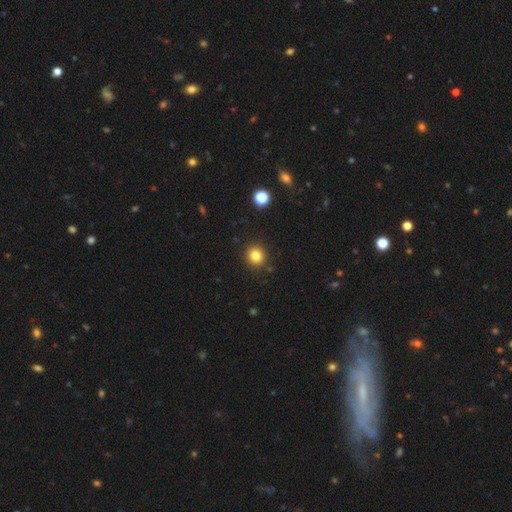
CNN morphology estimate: Smooth or featured? smooth (82%)
How rounded? round (88%)
Merging? none (90%)